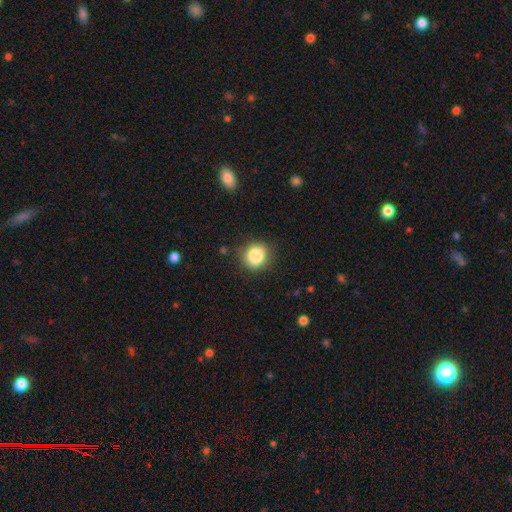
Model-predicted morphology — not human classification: smooth_or_featured: smooth (p=0.84) [alt: star or artifact p=0.10]
how_rounded: round (p=0.77) [alt: in between p=0.22]
merging: none (p=0.76) [alt: minor disturbance p=0.17]